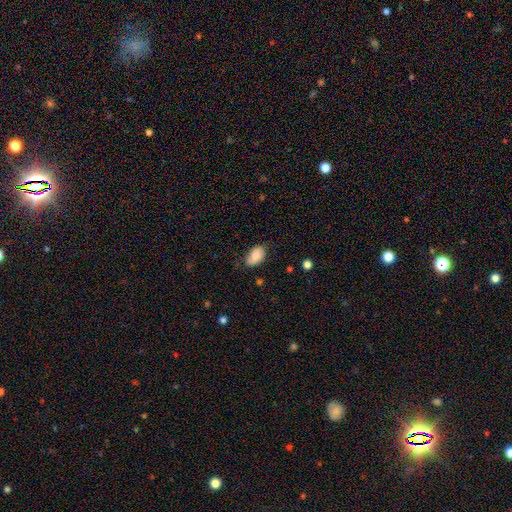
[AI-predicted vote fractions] Smooth or featured? smooth (79%)
How rounded? in between (92%)
Merging? none (70%)